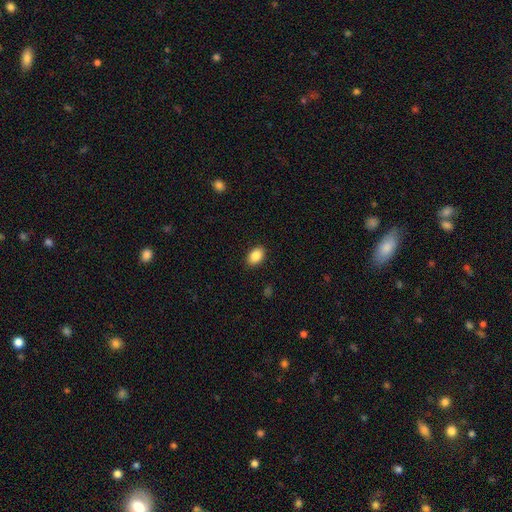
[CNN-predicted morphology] Smooth or featured?
  - smooth: 89% *
  - star or artifact: 7%
  - featured or disk: 4%
How rounded?
  - in between: 87% *
  - round: 12%
  - cigar-shaped: 1%
Merging?
  - none: 89% *
  - minor disturbance: 8%
  - major disturbance: 2%
  - merger: 1%